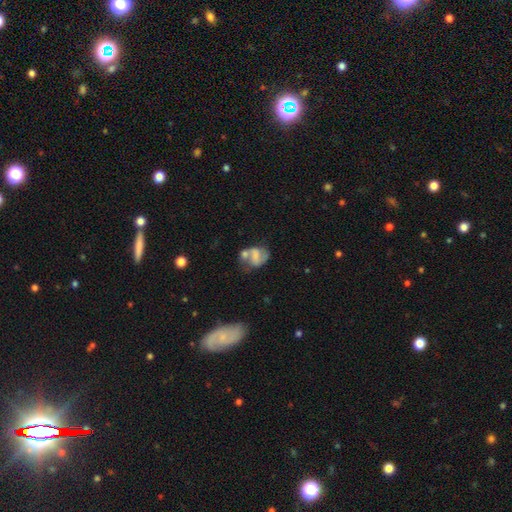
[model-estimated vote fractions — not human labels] smooth_or_featured: featured or disk (p=0.55) [alt: smooth p=0.35]
disk_edge_on: no (p=0.97) [alt: yes p=0.03]
bar: weak (p=0.37) [alt: no p=0.36]
has_spiral_arms: yes (p=0.68) [alt: no p=0.32]
bulge_size: none (p=0.46) [alt: small p=0.26]
merging: merger (p=0.34) [alt: none p=0.32]